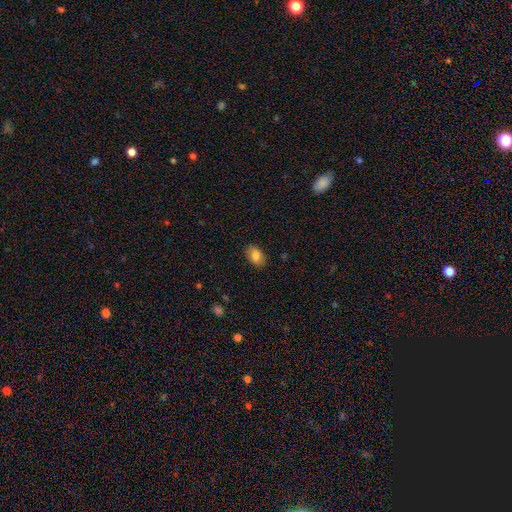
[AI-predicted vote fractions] Smooth or featured? smooth (83%)
How rounded? in between (85%)
Merging? none (85%)